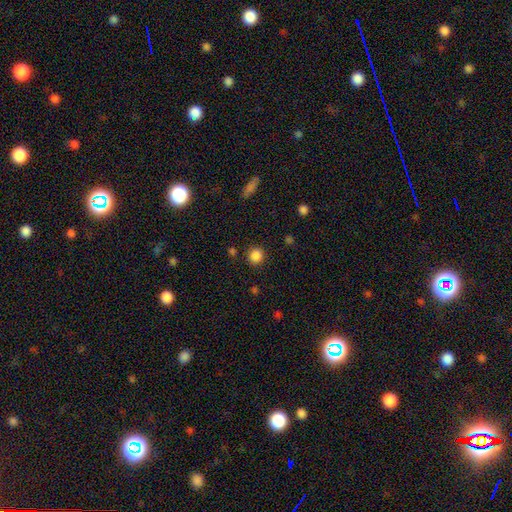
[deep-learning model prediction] This appears to be a smooth galaxy with no disk features (85%) that is round (90%). Merging: none (88%).